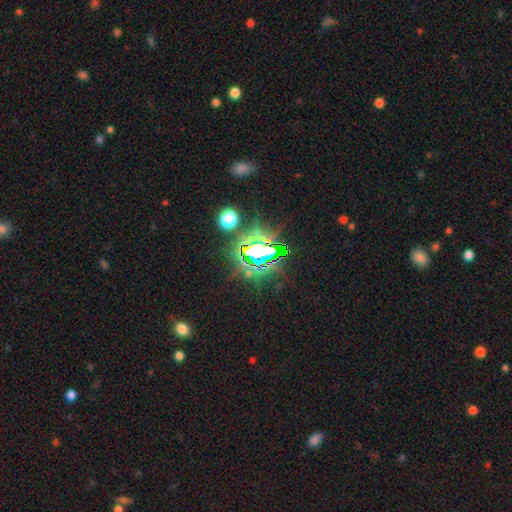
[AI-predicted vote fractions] Smooth or featured: star or artifact — 82% (smooth — 10%)